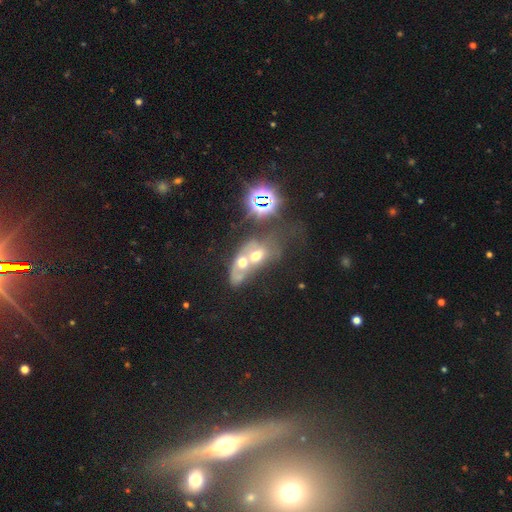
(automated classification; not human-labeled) Morphology: type=featured or disk (40%); merging=merger (74%).